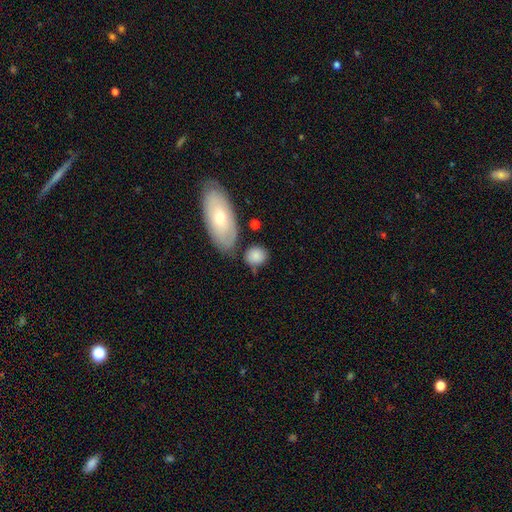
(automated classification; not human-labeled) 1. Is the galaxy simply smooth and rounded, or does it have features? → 83% smooth, 10% featured or disk, 7% star or artifact.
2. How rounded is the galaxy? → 56% round, 41% in between, 3% cigar-shaped.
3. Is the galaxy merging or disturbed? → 64% none, 18% minor disturbance, 12% merger, 6% major disturbance.